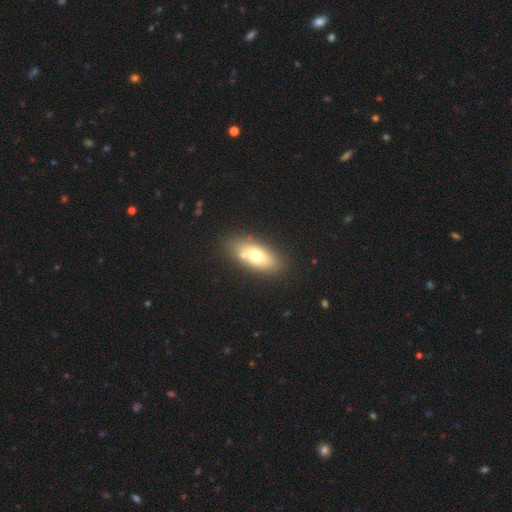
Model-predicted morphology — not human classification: smooth_or_featured: smooth (p=0.67) [alt: featured or disk p=0.25]
how_rounded: in between (p=0.84) [alt: cigar-shaped p=0.10]
merging: none (p=0.73) [alt: merger p=0.12]